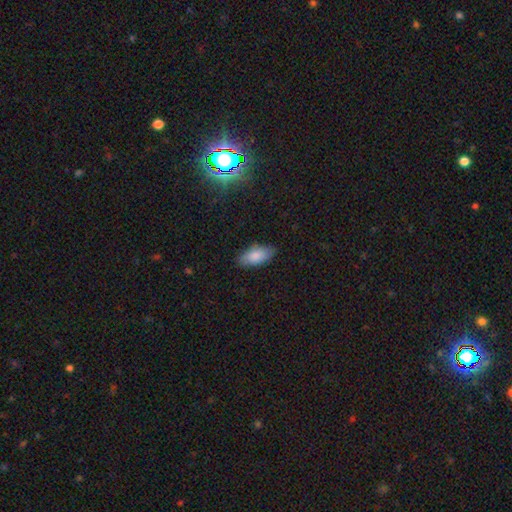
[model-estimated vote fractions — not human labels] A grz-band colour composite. It shows a smooth galaxy with no disk features (85%) that is in between round and cigar-shaped (89%). Merging: none (83%).